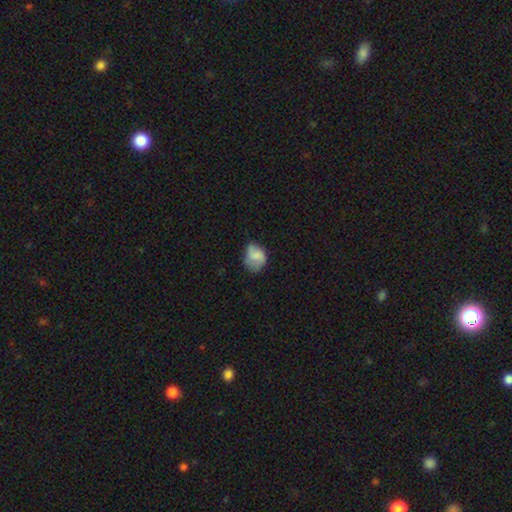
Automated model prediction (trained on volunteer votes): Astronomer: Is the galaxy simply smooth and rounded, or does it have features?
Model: smooth — 69%.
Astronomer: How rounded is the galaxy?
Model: in between — 55% (runner-up: round, 44%).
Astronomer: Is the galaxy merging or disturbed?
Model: none — 43% (runner-up: minor disturbance, 37%).